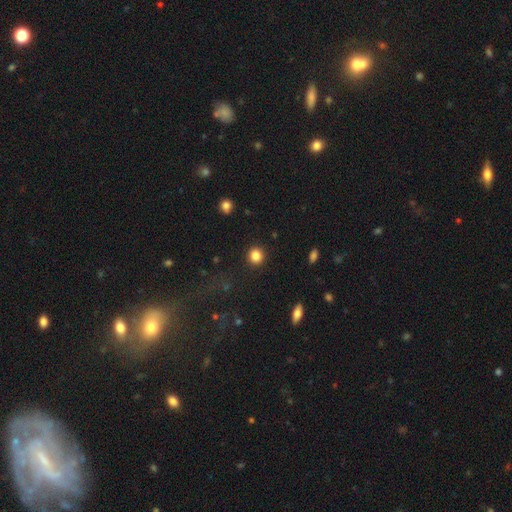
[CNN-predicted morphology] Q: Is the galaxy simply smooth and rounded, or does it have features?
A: smooth — 85%.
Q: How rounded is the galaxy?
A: round — 90%.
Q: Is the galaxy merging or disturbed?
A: none — 92%.